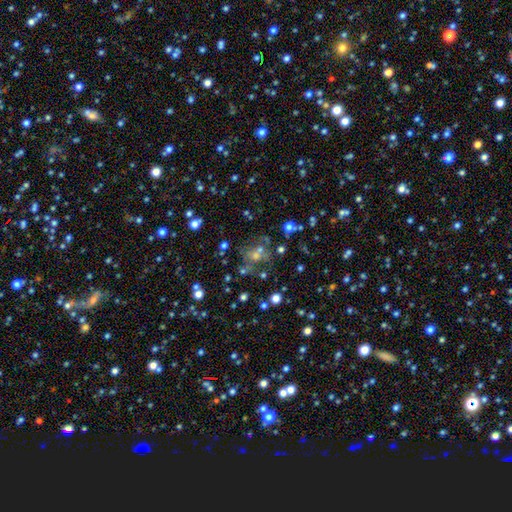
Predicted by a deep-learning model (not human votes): This appears to be a star or artifact, not a galaxy (39%).